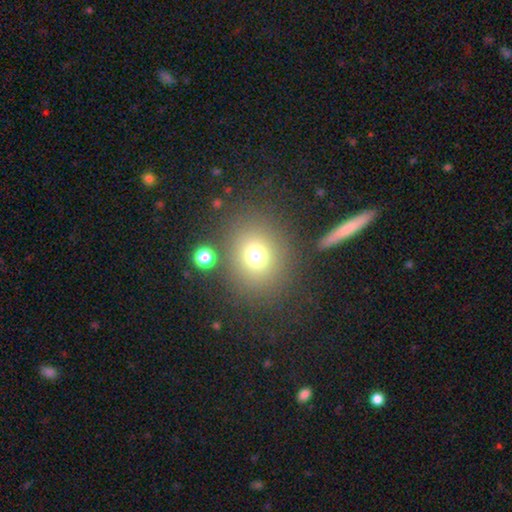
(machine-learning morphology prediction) Smooth or featured?
  - smooth: 72% *
  - star or artifact: 17%
  - featured or disk: 10%
How rounded?
  - round: 72% *
  - in between: 27%
  - cigar-shaped: 1%
Merging?
  - none: 79% *
  - minor disturbance: 9%
  - major disturbance: 6%
  - merger: 6%